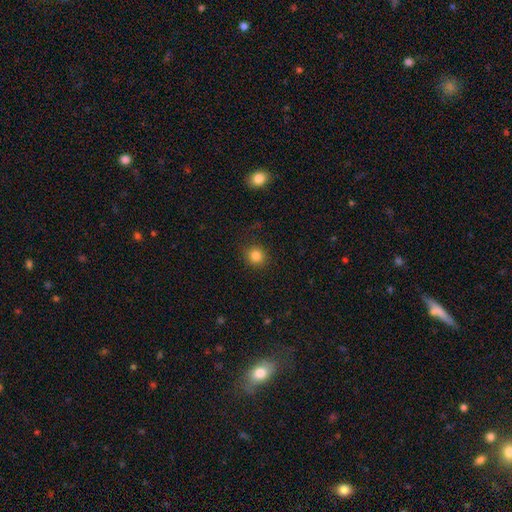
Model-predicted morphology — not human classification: This is clearly a smooth galaxy (84%). How rounded: clearly round (91%). Merging: clearly none (88%).